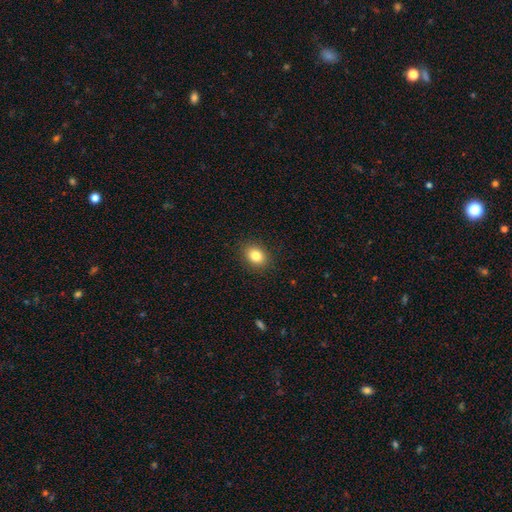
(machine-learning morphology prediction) This appears to be a smooth galaxy with no disk features (84%) that is in between round and cigar-shaped (53%). Merging: none (89%).